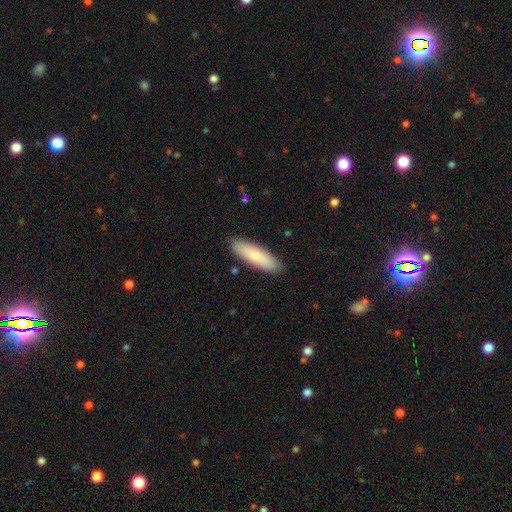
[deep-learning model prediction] Smooth or featured?
  - smooth: 76% *
  - featured or disk: 18%
  - star or artifact: 6%
How rounded?
  - cigar-shaped: 54% *
  - in between: 44%
  - round: 2%
Merging?
  - none: 89% *
  - minor disturbance: 8%
  - major disturbance: 2%
  - merger: 1%